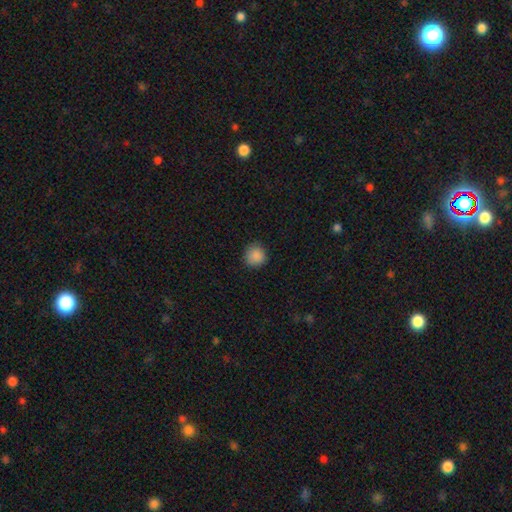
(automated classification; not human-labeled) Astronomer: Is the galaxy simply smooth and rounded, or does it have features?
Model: smooth — 88%.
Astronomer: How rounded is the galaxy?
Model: round — 92%.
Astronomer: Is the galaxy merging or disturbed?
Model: none — 88%.